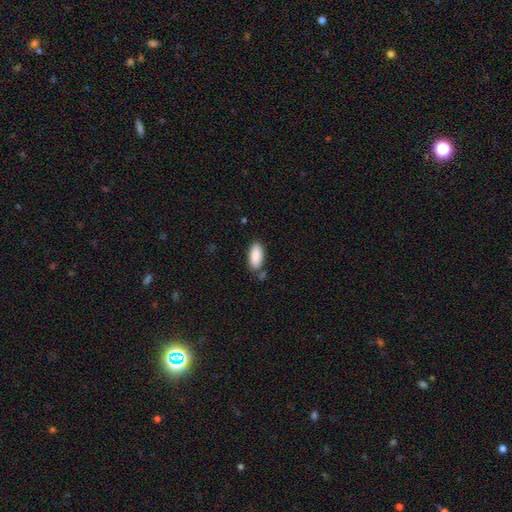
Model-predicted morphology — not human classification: This is clearly a smooth galaxy (89%). How rounded: clearly in between (89%). Merging: likely none (72%).